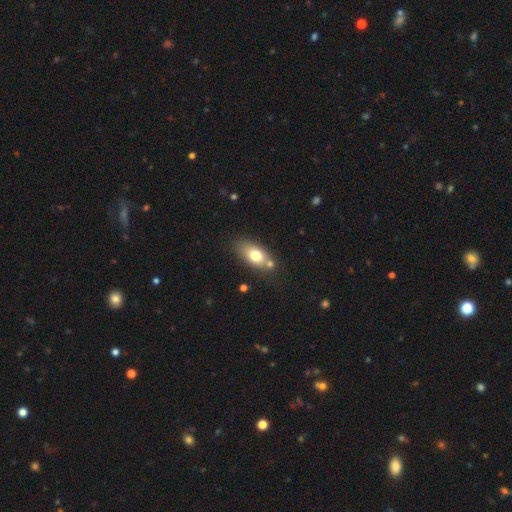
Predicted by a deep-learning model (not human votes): Overall: smooth (72%). How rounded: in between (83%). Merging: none (64%).